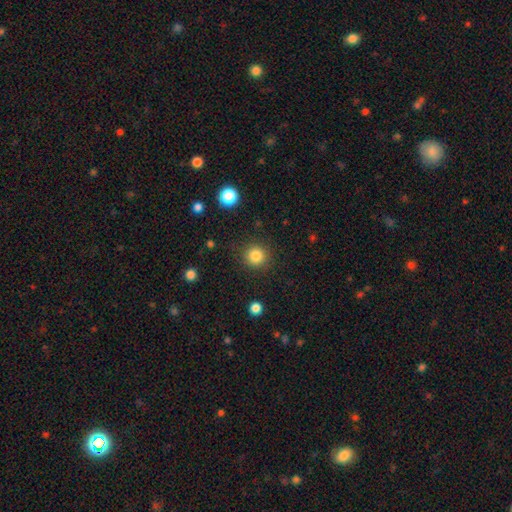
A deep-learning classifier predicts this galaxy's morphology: This appears to be a smooth galaxy with no disk features (84%) that is round (93%). Merging: none (88%).